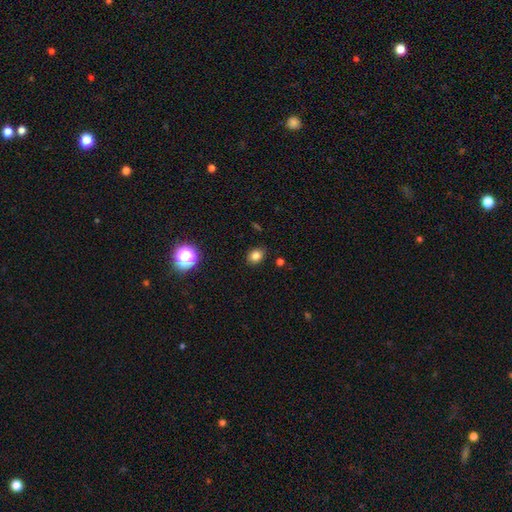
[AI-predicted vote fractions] Q: Smooth or featured?
A: smooth (81%); runner-up: star or artifact (14%)
Q: How rounded?
A: in between (54%); runner-up: round (45%)
Q: Merging?
A: none (86%); runner-up: minor disturbance (10%)